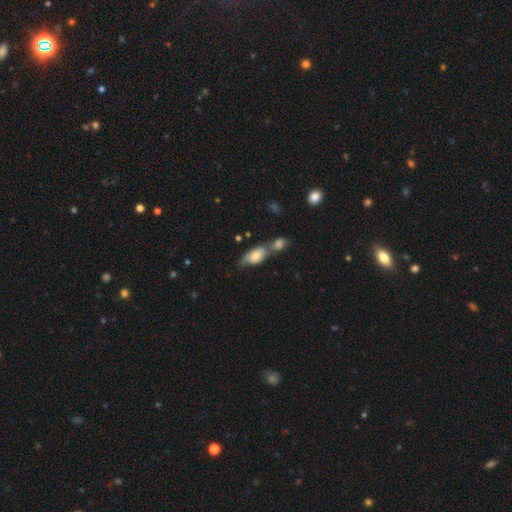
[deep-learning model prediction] Overall: smooth (55%; featured or disk 37%). How rounded: in between (84%). Merging: merger (57%; none 23%).